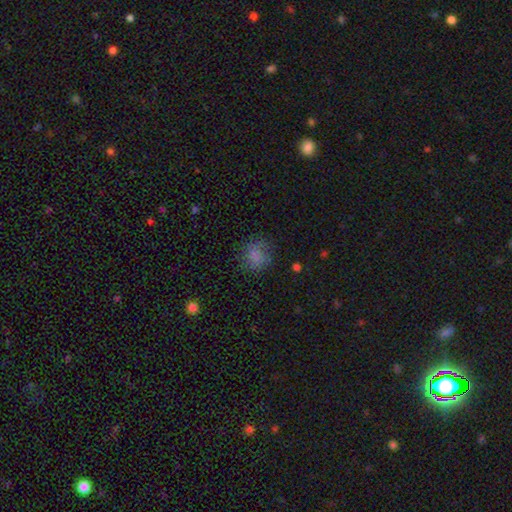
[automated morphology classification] smooth_or_featured: smooth (p=0.74) [alt: star or artifact p=0.14]
how_rounded: round (p=0.78) [alt: in between p=0.22]
merging: none (p=0.72) [alt: minor disturbance p=0.17]